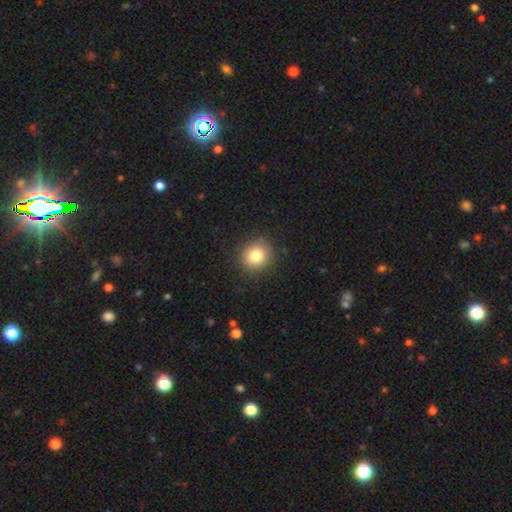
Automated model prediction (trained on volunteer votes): Overall: smooth (82%). How rounded: round (86%). Merging: none (89%).